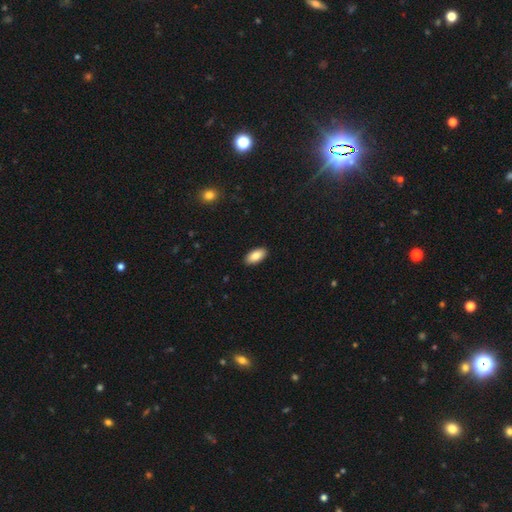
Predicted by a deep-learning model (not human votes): Smooth or featured?
  - smooth: 86% *
  - featured or disk: 7%
  - star or artifact: 7%
How rounded?
  - in between: 93% *
  - cigar-shaped: 5%
  - round: 2%
Merging?
  - none: 90% *
  - minor disturbance: 8%
  - major disturbance: 2%
  - merger: 1%